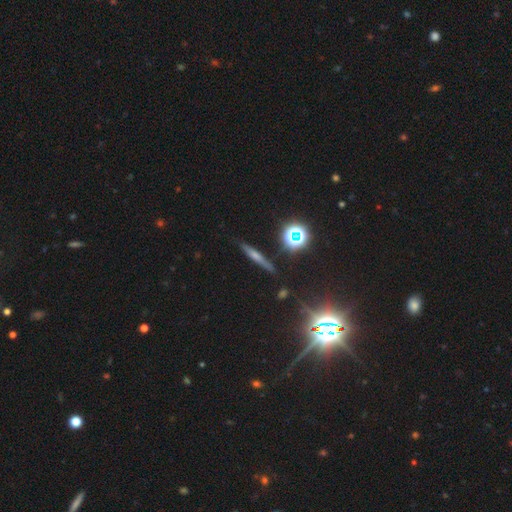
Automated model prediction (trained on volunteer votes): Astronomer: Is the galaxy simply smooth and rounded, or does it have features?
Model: featured or disk — 50%.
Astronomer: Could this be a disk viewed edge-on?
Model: yes — 95%.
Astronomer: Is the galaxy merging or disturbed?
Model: none — 87%.